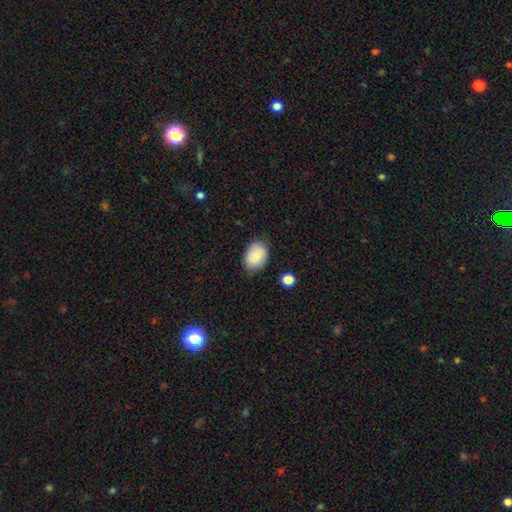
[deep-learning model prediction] This is clearly a smooth galaxy (81%). How rounded: likely in between (77%). Merging: likely none (75%).